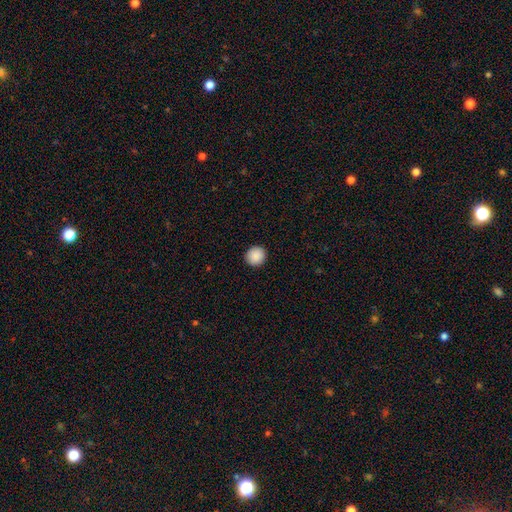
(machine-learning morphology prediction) A smooth galaxy with no disk features (90%) that is round (92%). Merging: none (92%).